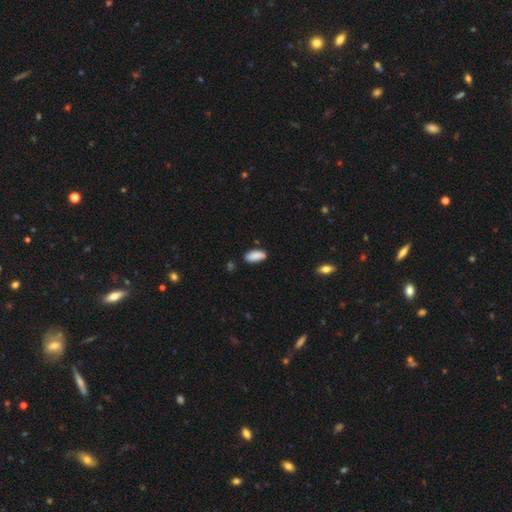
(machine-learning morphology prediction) type=smooth (88%); roundness=in between (85%); merging=none (82%).